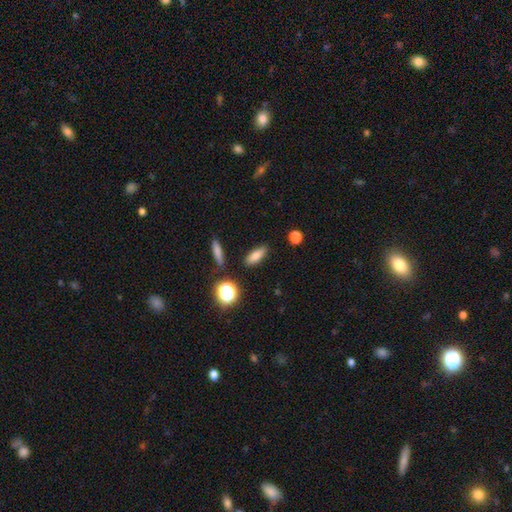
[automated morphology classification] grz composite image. It shows a smooth galaxy with no disk features (76%) that is in between round and cigar-shaped (61%). Merging: none (86%).